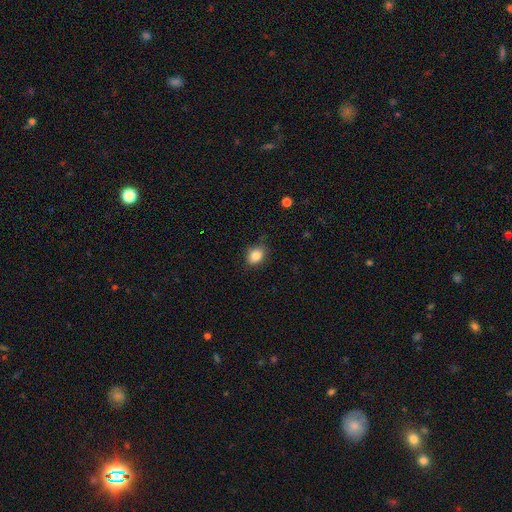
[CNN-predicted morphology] smooth-or-featured: smooth: 85% | star or artifact: 9% | featured or disk: 6%
  how-rounded: in between: 66% | round: 33% | cigar-shaped: 1%
  merging: none: 78% | minor disturbance: 17% | major disturbance: 3% | merger: 1%